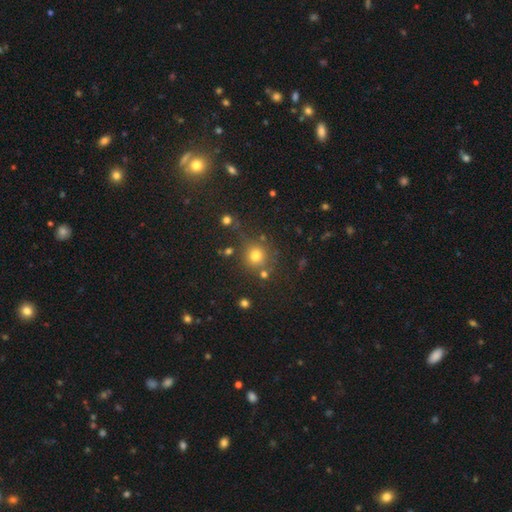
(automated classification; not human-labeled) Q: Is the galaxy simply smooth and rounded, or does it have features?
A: smooth — 73%.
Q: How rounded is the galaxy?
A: round — 90%.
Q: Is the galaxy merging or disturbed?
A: none — 74%.